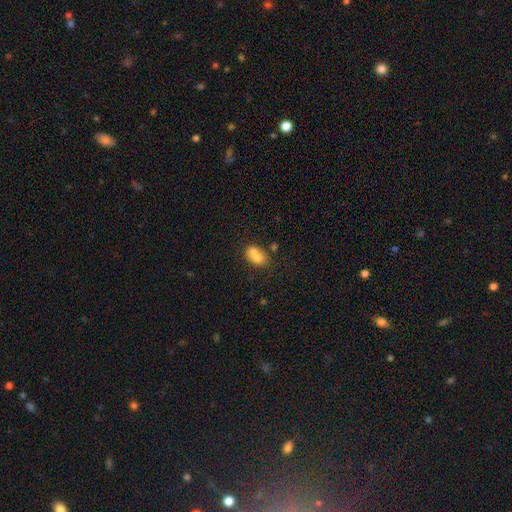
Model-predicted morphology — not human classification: smooth-or-featured: smooth: 71% | featured or disk: 19% | star or artifact: 10%
  how-rounded: in between: 72% | round: 26% | cigar-shaped: 2%
  merging: merger: 52% | none: 32% | minor disturbance: 12% | major disturbance: 5%